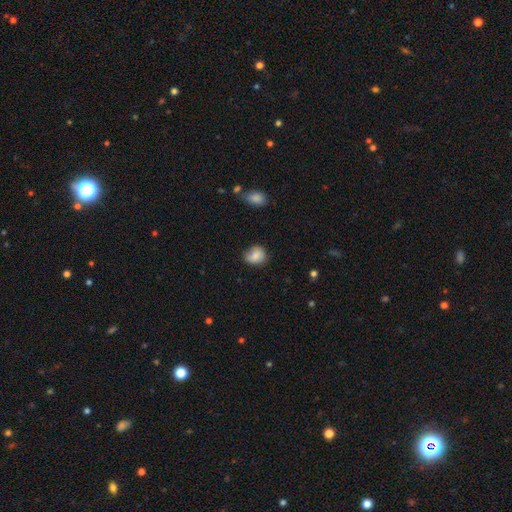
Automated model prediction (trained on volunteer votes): Smooth or featured? Predicted: smooth (p=0.84). How rounded? Predicted: round (p=0.56). Merging? Predicted: none (p=0.70).